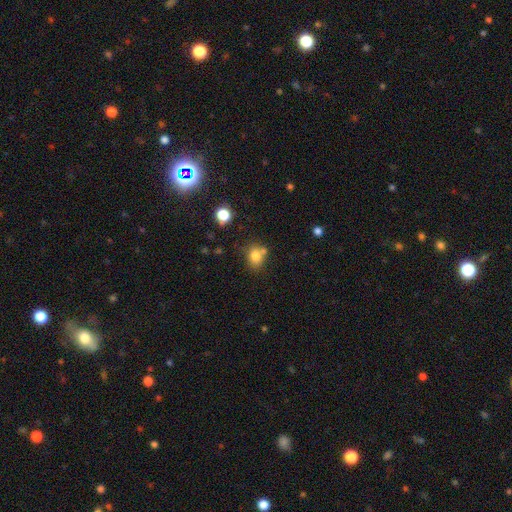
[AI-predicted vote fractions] Overall: smooth (79%). How rounded: round (56%; in between 43%). Merging: none (59%; merger 21%).